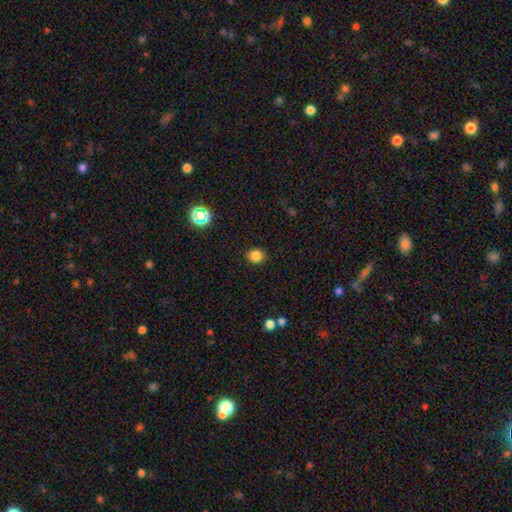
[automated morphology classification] A smooth galaxy with no disk features (83%) that is round (80%).

Vote fractions:
- Smooth or featured? smooth: 83% / star or artifact: 13% / featured or disk: 4%
- How rounded? round: 80% / in between: 19% / cigar-shaped: 1%
- Merging? none: 89% / minor disturbance: 7% / major disturbance: 2% / merger: 1%